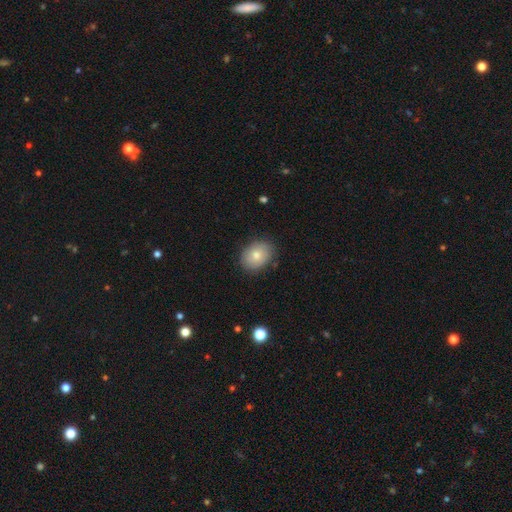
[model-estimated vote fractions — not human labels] This appears to be a smooth galaxy with no disk features (77%) that is in between round and cigar-shaped (63%). Merging: none (81%).